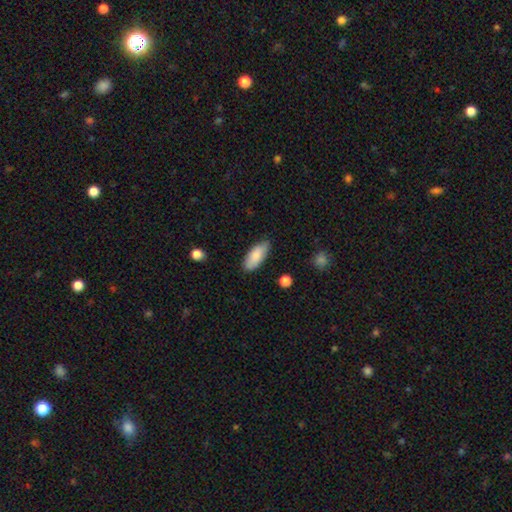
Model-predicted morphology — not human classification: A smooth galaxy with no disk features (85%) that is in between round and cigar-shaped (82%). Merging: none (80%).